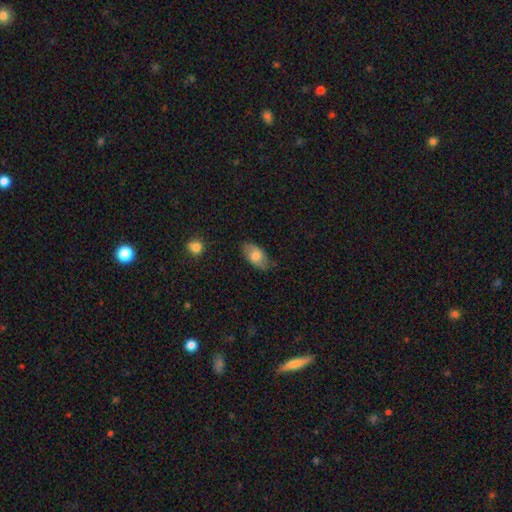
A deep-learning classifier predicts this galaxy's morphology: Smooth or featured?
  - smooth: 73% *
  - featured or disk: 20%
  - star or artifact: 7%
How rounded?
  - in between: 93% *
  - round: 4%
  - cigar-shaped: 3%
Merging?
  - none: 77% *
  - minor disturbance: 18%
  - major disturbance: 4%
  - merger: 1%